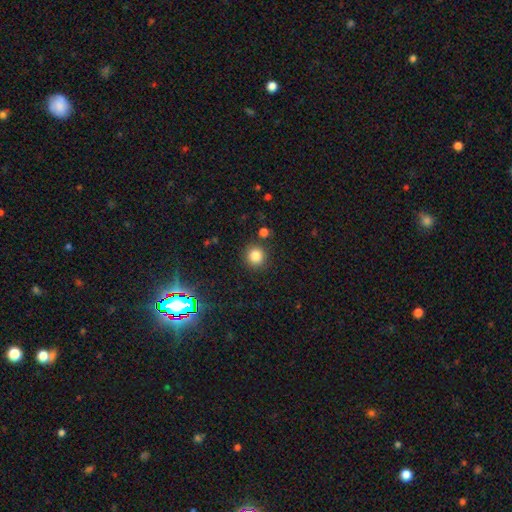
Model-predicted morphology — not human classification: The model was most divided on "smooth or featured": smooth: 82%, star or artifact: 13%, featured or disk: 5%. More confident: how rounded — round (92%); merging — none (87%).